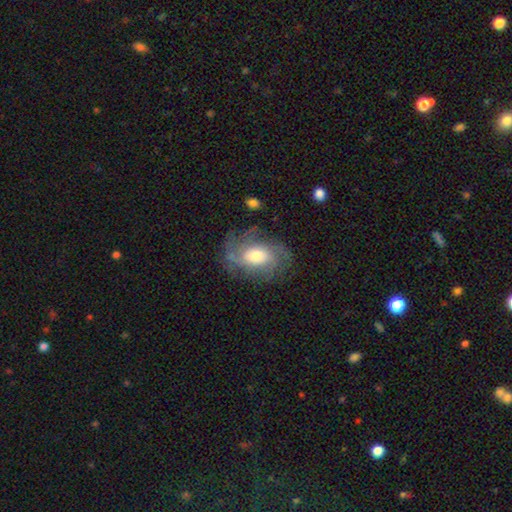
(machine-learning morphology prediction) Smooth or featured? featured or disk (72%)
Edge-on disk? no (96%)
Bar? no (61%)
Spiral arms? yes (89%)
Spiral winding? medium (42%)
Spiral arm count? can't tell (32%)
Bulge size? moderate (58%)
Merging? none (68%)